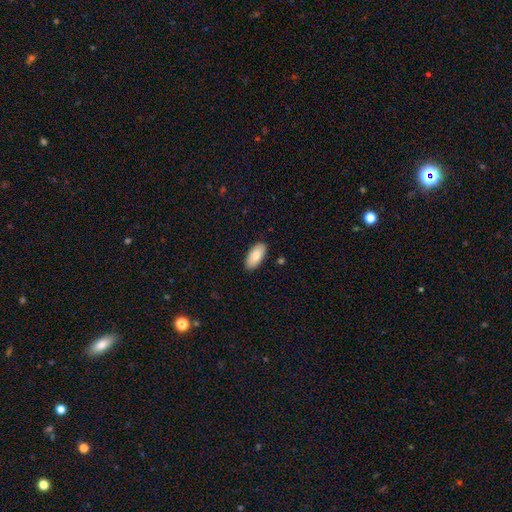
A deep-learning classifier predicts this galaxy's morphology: smooth_or_featured: smooth (p=0.84) [alt: featured or disk p=0.10]
how_rounded: in between (p=0.92) [alt: cigar-shaped p=0.06]
merging: none (p=0.88) [alt: minor disturbance p=0.09]